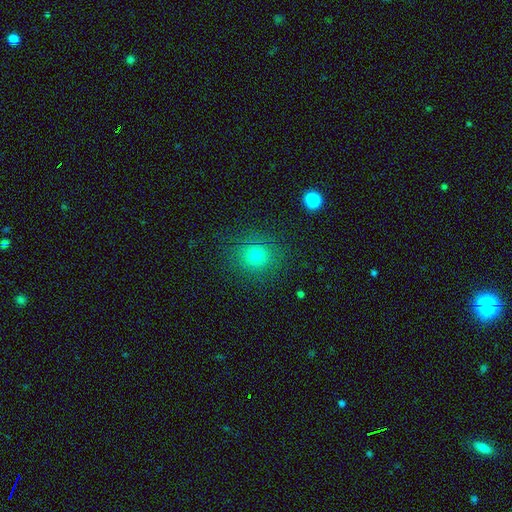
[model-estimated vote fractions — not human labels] A smooth galaxy with no disk features (76%) that is round (87%). Merging: none (86%).